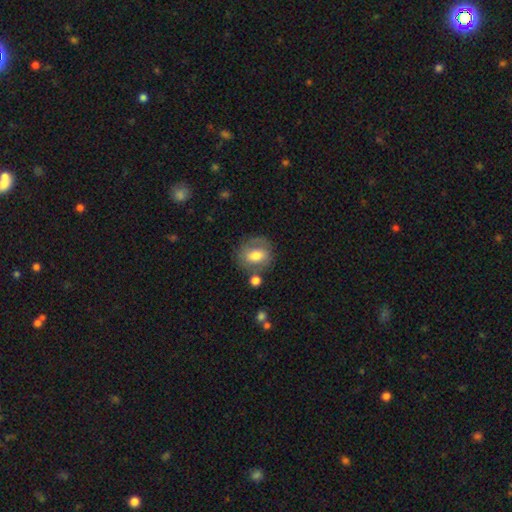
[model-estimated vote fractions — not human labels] A smooth galaxy with no disk features (63%) that is round (59%).

Vote fractions:
- Smooth or featured? smooth: 63% / featured or disk: 29% / star or artifact: 8%
- How rounded? round: 59% / in between: 40% / cigar-shaped: 1%
- Merging? none: 63% / minor disturbance: 18% / merger: 10% / major disturbance: 8%